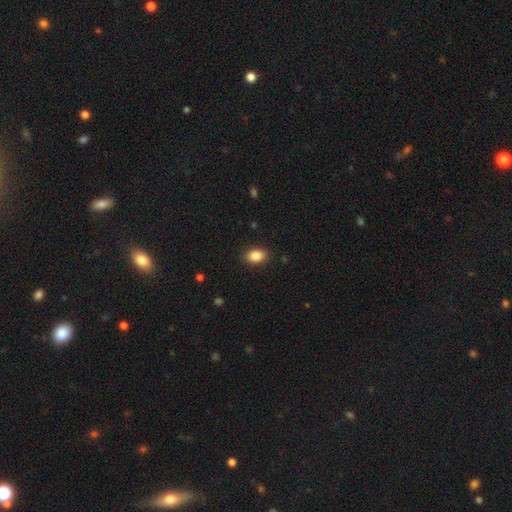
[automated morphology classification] smooth 87%, star or artifact 8%, featured or disk 4%. Down the decision tree: how rounded — in between (83%); merging — none (89%).